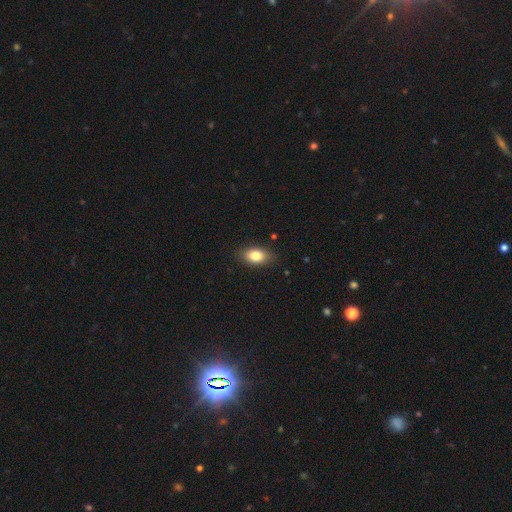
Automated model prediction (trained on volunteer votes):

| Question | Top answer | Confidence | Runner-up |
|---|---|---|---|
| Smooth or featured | smooth | 84% | featured or disk (9%) |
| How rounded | in between | 88% | round (10%) |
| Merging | none | 84% | minor disturbance (12%) |